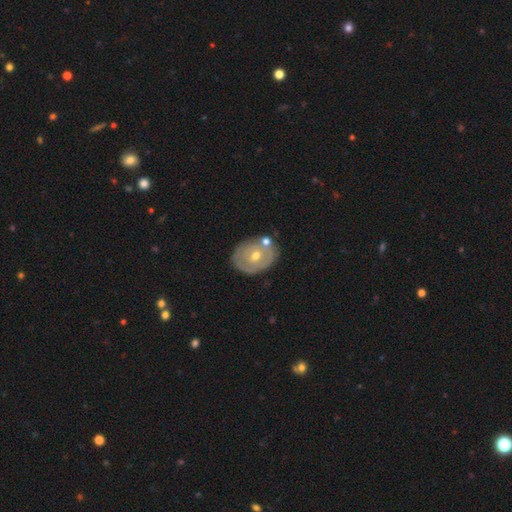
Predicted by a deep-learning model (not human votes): A featured or disk galaxy (57%) with no bar (86%), no spiral arms (72%) and a moderate central bulge (63%).

Vote fractions:
- Smooth or featured? featured or disk: 57% / smooth: 37% / star or artifact: 7%
- Edge-on disk? no: 94% / yes: 6%
- Bar? no: 86% / weak: 11% / strong: 3%
- Spiral arms? no: 72% / yes: 28%
- Bulge size? moderate: 63% / small: 33% / large: 2% / none: 1% / dominant: 1%
- Merging? none: 69% / minor disturbance: 16% / merger: 10% / major disturbance: 4%